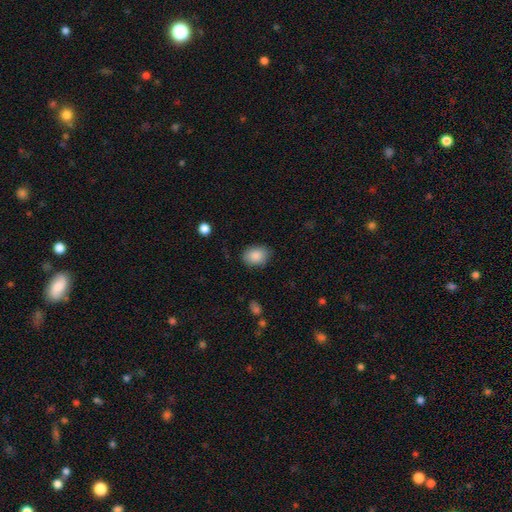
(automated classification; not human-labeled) smooth 88%, star or artifact 7%, featured or disk 5%. Down the decision tree: how rounded — in between (69%); merging — none (84%).